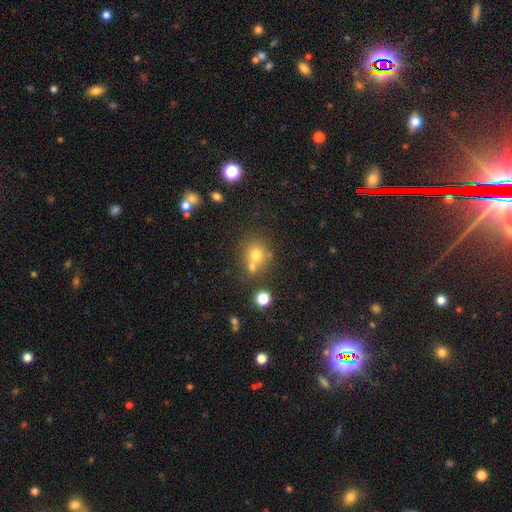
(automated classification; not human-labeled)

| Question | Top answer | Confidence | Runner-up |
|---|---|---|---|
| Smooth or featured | smooth | 70% | star or artifact (16%) |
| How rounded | round | 80% | in between (19%) |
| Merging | none | 51% | merger (36%) |